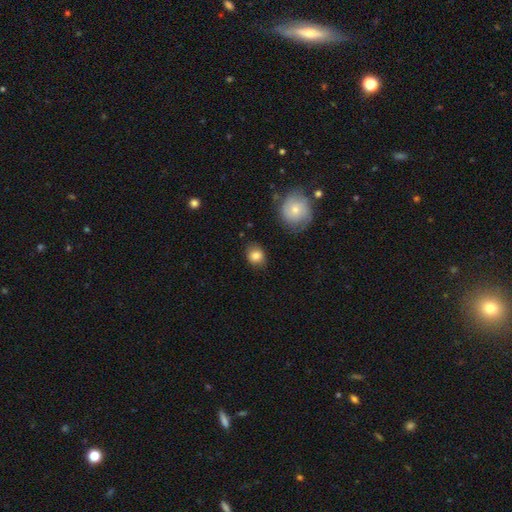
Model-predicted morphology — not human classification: smooth-or-featured: smooth: 83% | featured or disk: 9% | star or artifact: 8%
  how-rounded: round: 63% | in between: 36% | cigar-shaped: 1%
  merging: none: 80% | minor disturbance: 14% | major disturbance: 4% | merger: 2%